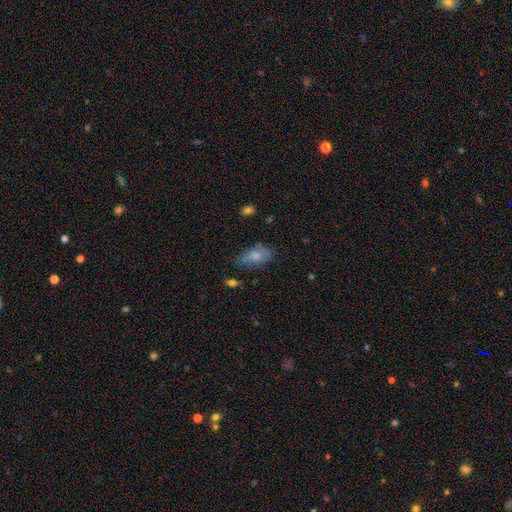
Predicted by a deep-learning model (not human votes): Overall: smooth (72%). How rounded: in between (90%). Merging: none (63%; minor disturbance 25%).